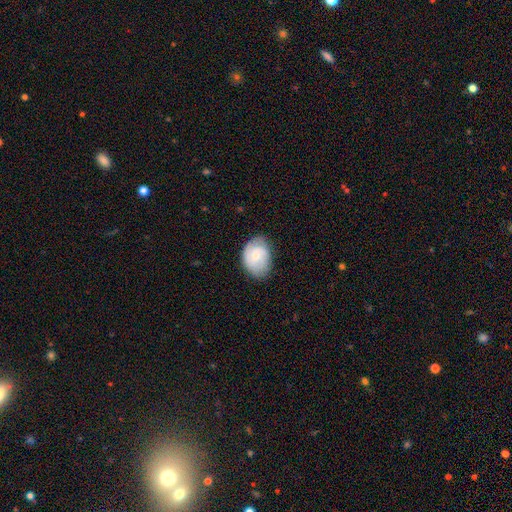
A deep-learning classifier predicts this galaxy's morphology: This is possibly a featured or disk galaxy (53%). It is clearly not viewed edge-on (97%). Bar: likely no (66%). Spiral arm pattern: clearly yes (86%). Central bulge: possibly small (57%). Merging: likely none (72%).